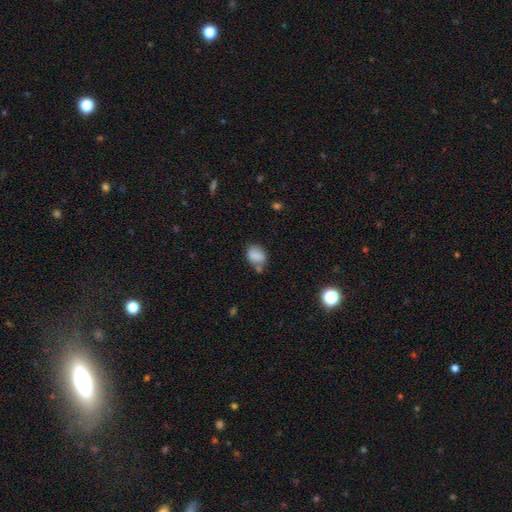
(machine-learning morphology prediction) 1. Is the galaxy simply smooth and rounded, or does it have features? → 81% smooth, 9% star or artifact, 9% featured or disk.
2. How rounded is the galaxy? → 62% in between, 37% round, 1% cigar-shaped.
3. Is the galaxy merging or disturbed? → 54% none, 23% minor disturbance, 16% merger, 7% major disturbance.